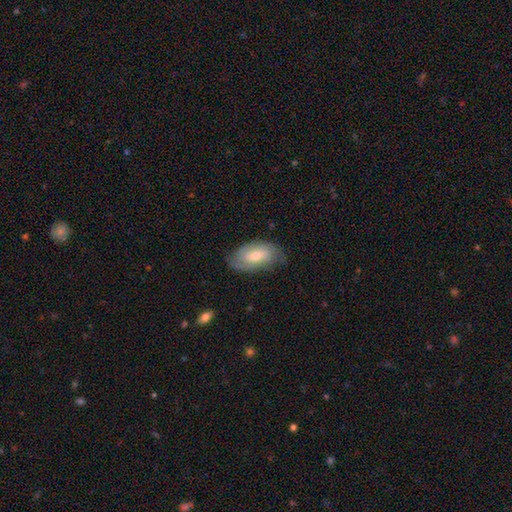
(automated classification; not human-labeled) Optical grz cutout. It shows a featured or disk galaxy (60%) with no bar (54%), spiral arms (83%) and a moderate central bulge (53%). Merging: none (73%).